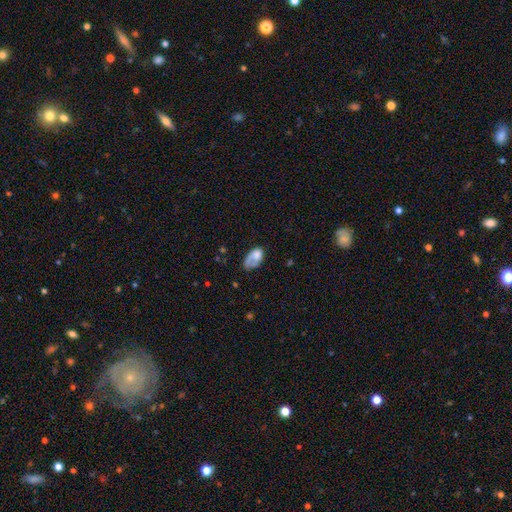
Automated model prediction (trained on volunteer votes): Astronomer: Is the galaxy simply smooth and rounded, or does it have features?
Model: smooth — 61%.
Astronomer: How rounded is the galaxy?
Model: in between — 90%.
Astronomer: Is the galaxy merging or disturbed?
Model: major disturbance — 33% (runner-up: none, 32%).